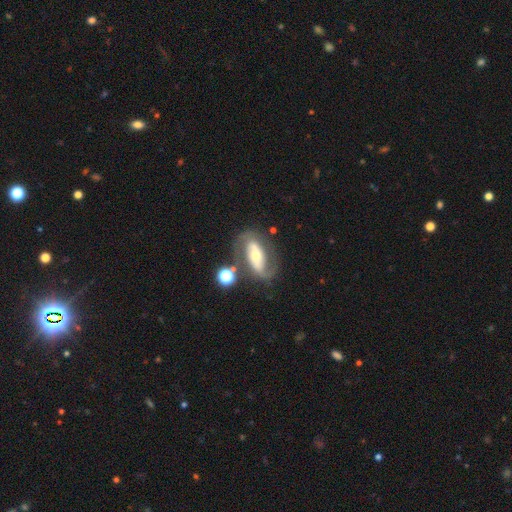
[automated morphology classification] Smooth or featured?
  - featured or disk: 75% *
  - smooth: 18%
  - star or artifact: 7%
Edge-on disk?
  - no: 91% *
  - yes: 9%
Bar?
  - strong: 42% *
  - no: 36%
  - weak: 22%
Spiral arms?
  - yes: 79% *
  - no: 21%
Spiral winding?
  - medium: 41% *
  - loose: 31%
  - tight: 28%
Spiral arm count?
  - 2: 78% *
  - can't tell: 10%
  - 1: 9%
  - 3: 1%
  - 4: 1%
  - more than 4: 1%
Bulge size?
  - moderate: 54% *
  - small: 36%
  - large: 7%
  - dominant: 2%
  - none: 1%
Merging?
  - none: 65% *
  - minor disturbance: 16%
  - major disturbance: 11%
  - merger: 7%